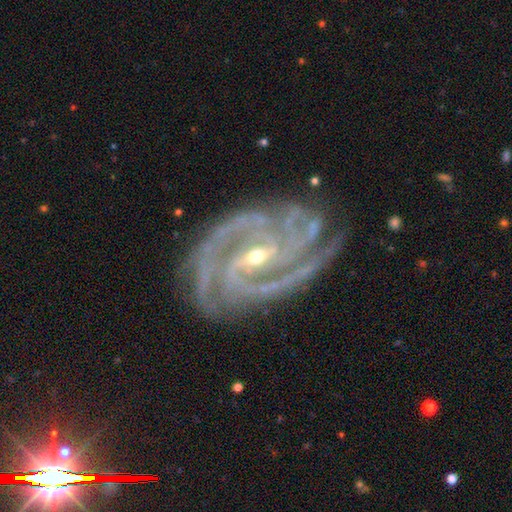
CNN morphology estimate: smooth_or_featured: featured or disk (p=0.94) [alt: star or artifact p=0.04]
disk_edge_on: no (p=0.98) [alt: yes p=0.02]
bar: strong (p=0.44) [alt: weak p=0.39]
has_spiral_arms: yes (p=0.99) [alt: no p=0.01]
spiral_winding: tight (p=0.59) [alt: medium p=0.36]
spiral_arm_count: 2 (p=0.34) [alt: 3 p=0.29]
bulge_size: small (p=0.59) [alt: moderate p=0.38]
merging: none (p=0.69) [alt: minor disturbance p=0.20]